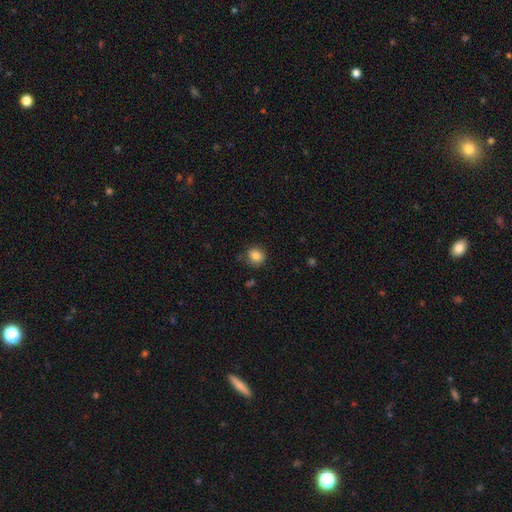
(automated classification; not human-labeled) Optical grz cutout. It shows a smooth galaxy with no disk features (85%) that is round (81%). Merging: none (84%).